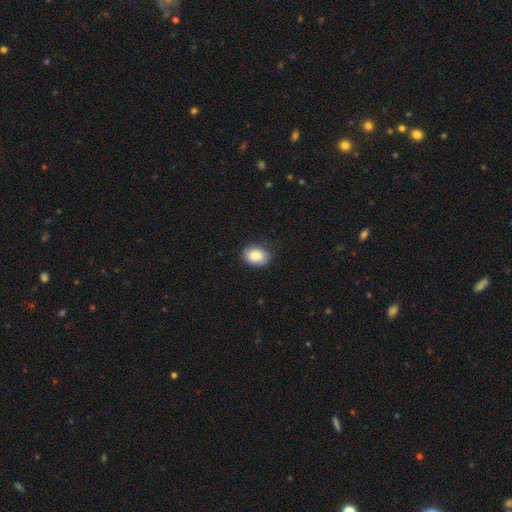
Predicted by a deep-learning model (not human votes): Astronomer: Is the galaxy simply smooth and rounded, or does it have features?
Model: smooth — 87%.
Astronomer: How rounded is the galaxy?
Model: in between — 75%.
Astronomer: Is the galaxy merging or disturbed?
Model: none — 84%.